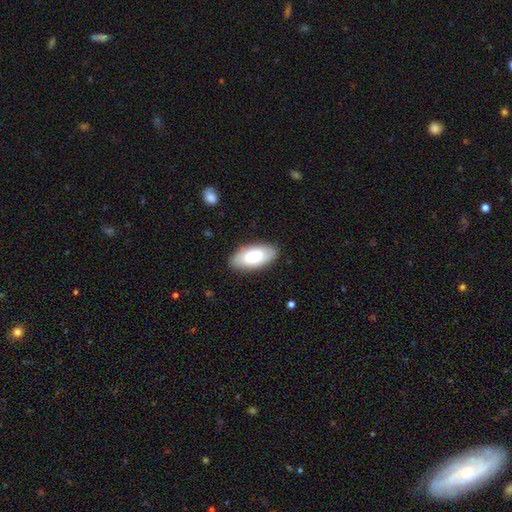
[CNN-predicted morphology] Overall: smooth (77%). How rounded: in between (92%). Merging: none (87%).